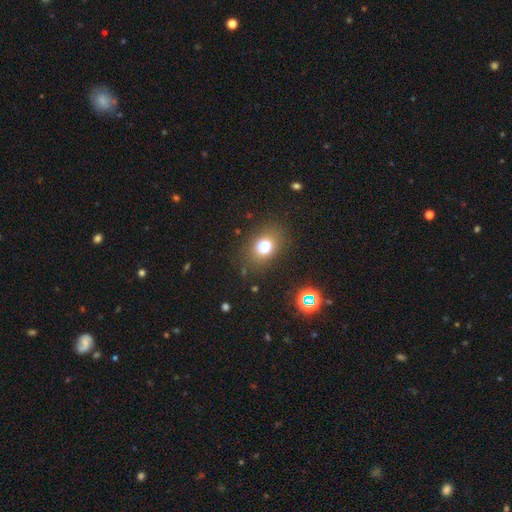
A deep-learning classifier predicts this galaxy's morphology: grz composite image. It shows a smooth galaxy with no disk features (66%) that is round (52%). Merging: none (84%).